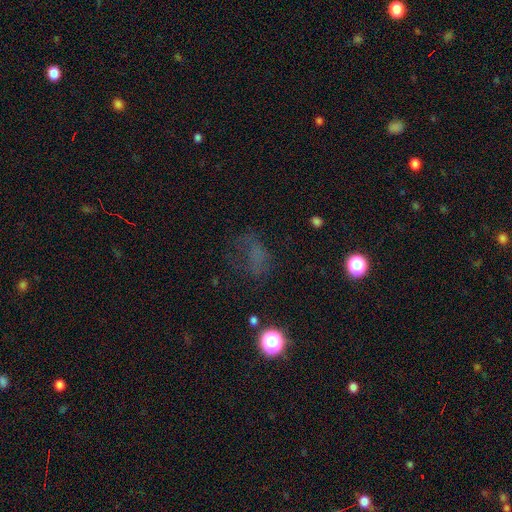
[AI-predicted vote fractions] This is marginally a smooth galaxy (42%). Merging: possibly none (50%).